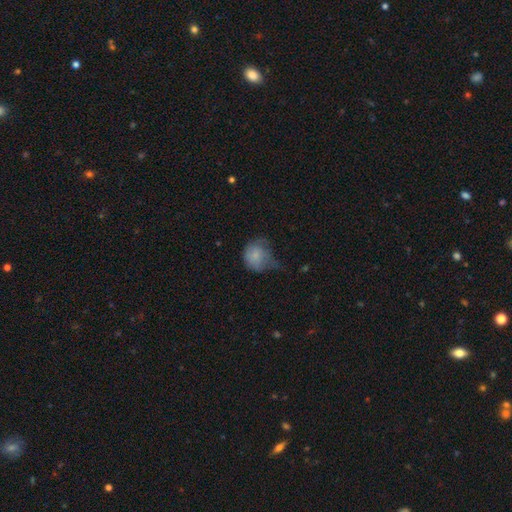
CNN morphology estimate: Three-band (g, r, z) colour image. It shows a smooth galaxy with no disk features (72%) that is round (69%). Merging: minor disturbance (38%).